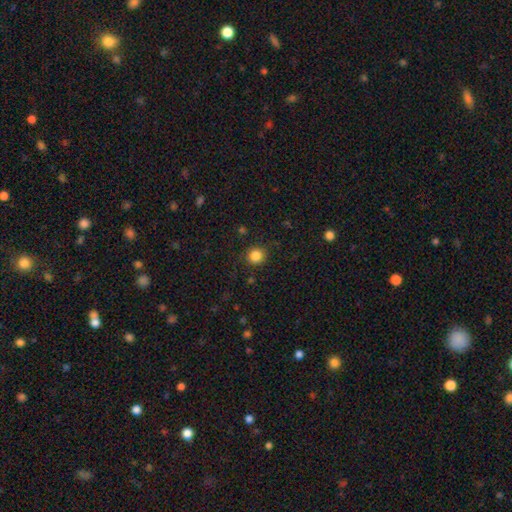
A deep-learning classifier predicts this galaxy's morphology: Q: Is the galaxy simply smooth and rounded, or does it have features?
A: smooth — 84%.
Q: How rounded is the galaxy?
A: round — 91%.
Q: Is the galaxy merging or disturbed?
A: none — 88%.